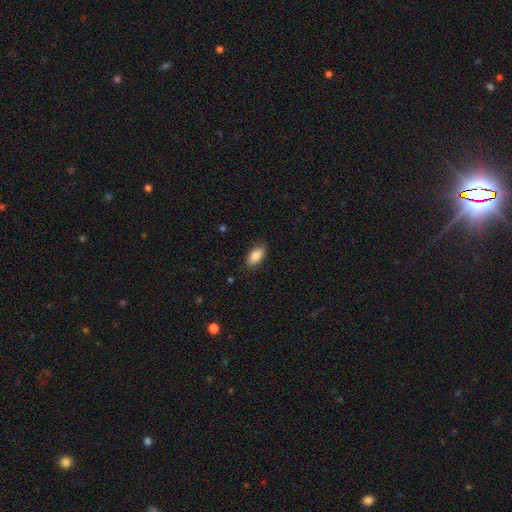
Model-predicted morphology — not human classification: Q: Smooth or featured?
A: smooth (86%); runner-up: featured or disk (8%)
Q: How rounded?
A: in between (91%); runner-up: cigar-shaped (6%)
Q: Merging?
A: none (84%); runner-up: minor disturbance (13%)